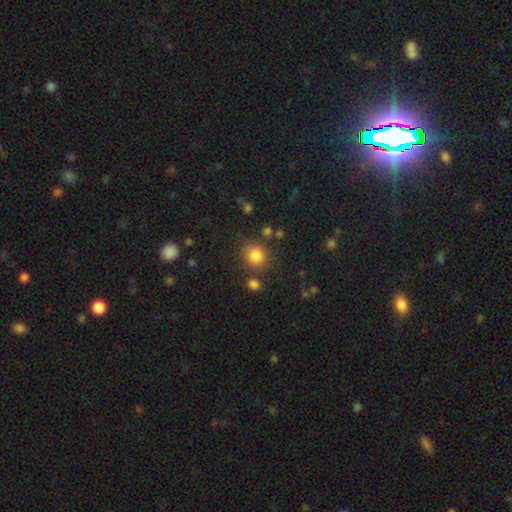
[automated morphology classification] A smooth galaxy with no disk features (83%) that is round (83%). Merging: none (78%).